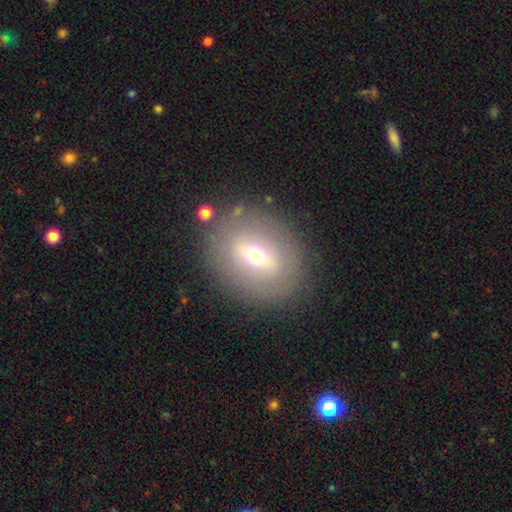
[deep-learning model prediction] This appears to be a smooth galaxy with no disk features (48%). Merging: none (84%).